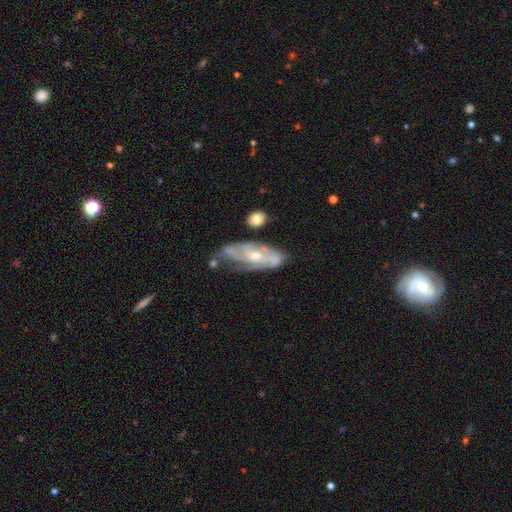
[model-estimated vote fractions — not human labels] A featured or disk galaxy (77%) with no bar (60%), 2 (41%) tight (48%) spiral arms (83%) and a moderate central bulge (54%).

Vote fractions:
- Smooth or featured? featured or disk: 77% / smooth: 17% / star or artifact: 6%
- Edge-on disk? no: 88% / yes: 12%
- Bar? no: 60% / weak: 31% / strong: 9%
- Spiral arms? yes: 83% / no: 17%
- Spiral winding? tight: 48% / medium: 38% / loose: 14%
- Spiral arm count? 2: 41% / can't tell: 37% / 3: 12% / 1: 4% / 4: 3% / more than 4: 2%
- Bulge size? moderate: 54% / small: 42% / large: 2% / none: 2% / dominant: 1%
- Merging? none: 52% / minor disturbance: 27% / major disturbance: 12% / merger: 9%